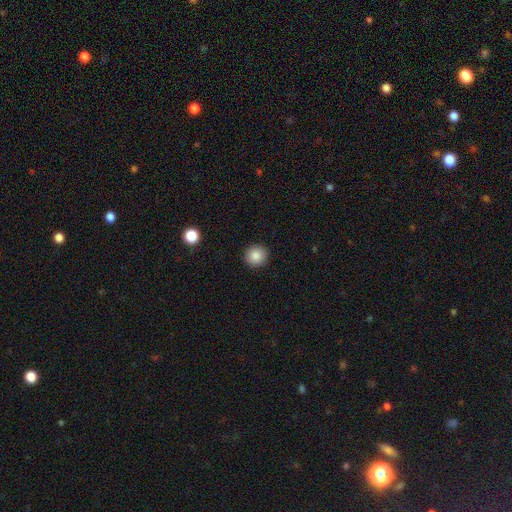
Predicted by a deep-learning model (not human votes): Smooth or featured? smooth (86%)
How rounded? round (93%)
Merging? none (92%)